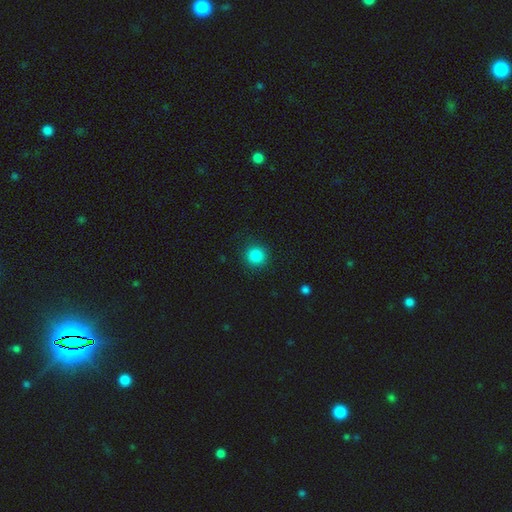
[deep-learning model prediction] smooth-or-featured: smooth: 86% | star or artifact: 11% | featured or disk: 3%
  how-rounded: round: 94% | in between: 5% | cigar-shaped: 1%
  merging: none: 90% | minor disturbance: 6% | major disturbance: 3% | merger: 1%